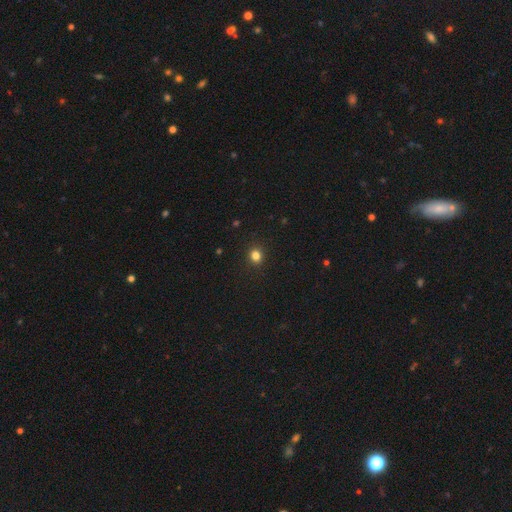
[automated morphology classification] This appears to be a smooth galaxy with no disk features (82%) that is round (78%). Merging: none (91%).